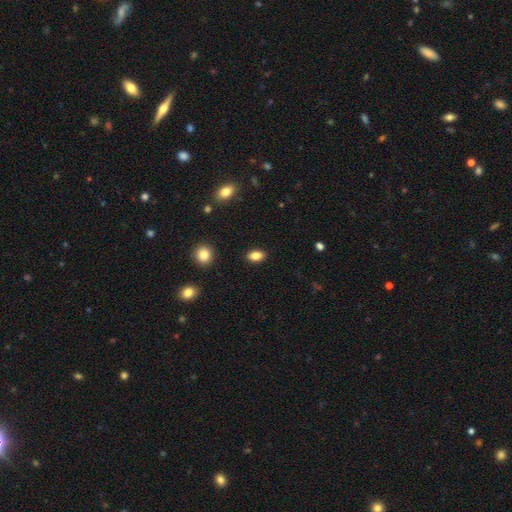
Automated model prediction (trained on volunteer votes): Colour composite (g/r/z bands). It shows a smooth galaxy with no disk features (85%) that is in between round and cigar-shaped (86%). Merging: none (89%).